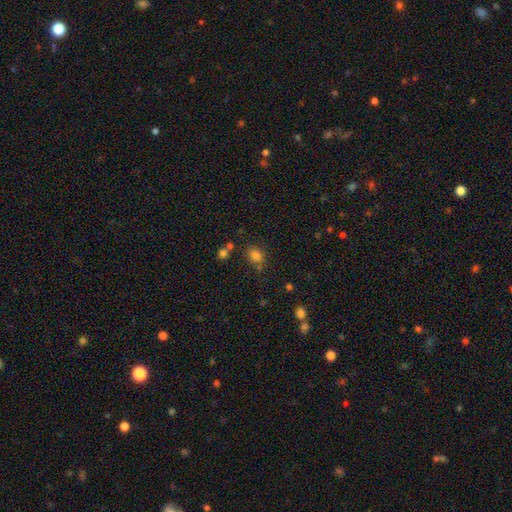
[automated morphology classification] Smooth or featured: smooth — 79% (star or artifact — 15%)
How rounded: round — 53% (in between — 46%)
Merging: none — 68% (minor disturbance — 15%)